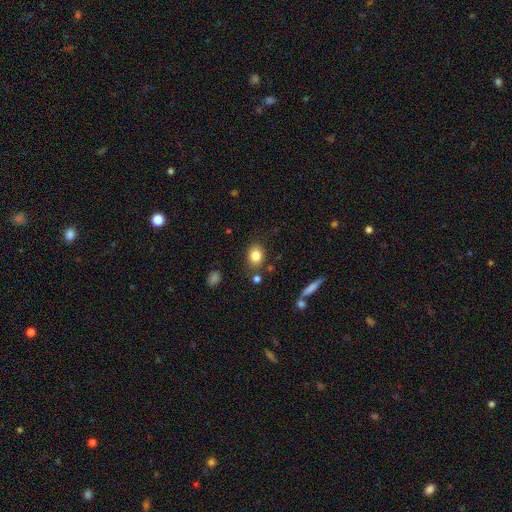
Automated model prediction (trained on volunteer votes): This is clearly a smooth galaxy (82%). How rounded: possibly in between (55%). Merging: likely none (78%).